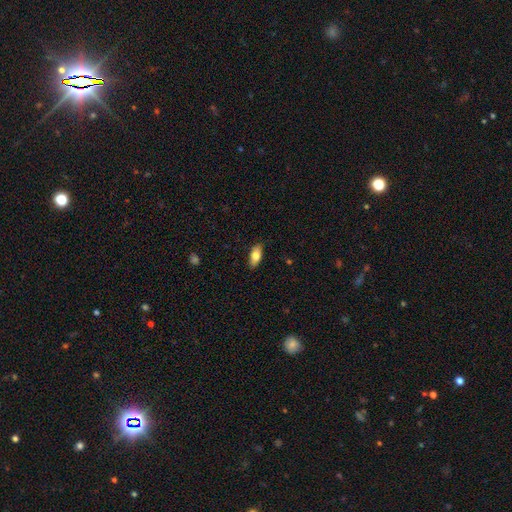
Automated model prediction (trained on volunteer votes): smooth-or-featured: smooth: 78% | featured or disk: 15% | star or artifact: 6%
  how-rounded: in between: 84% | cigar-shaped: 13% | round: 3%
  merging: none: 87% | minor disturbance: 10% | major disturbance: 2% | merger: 1%